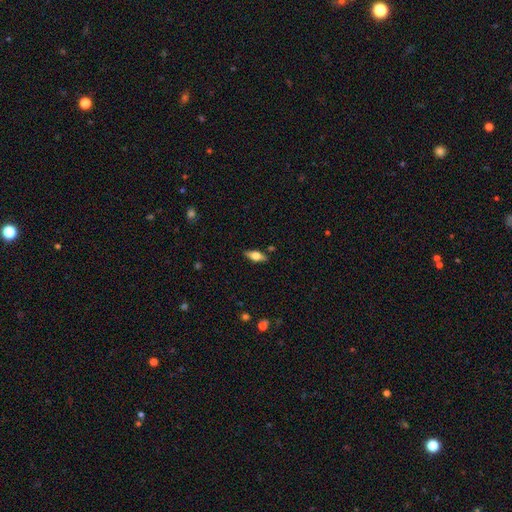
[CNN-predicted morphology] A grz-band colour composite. It shows a smooth galaxy with no disk features (55%) that is in between round and cigar-shaped (73%). Merging: none (86%).